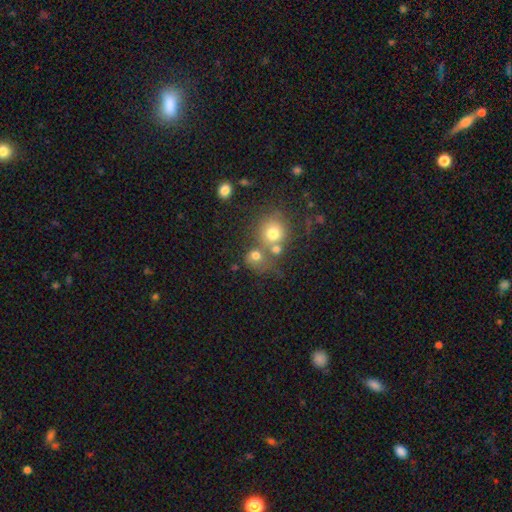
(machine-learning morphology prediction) type=smooth (71%); roundness=round (75%); merging=none (43%).